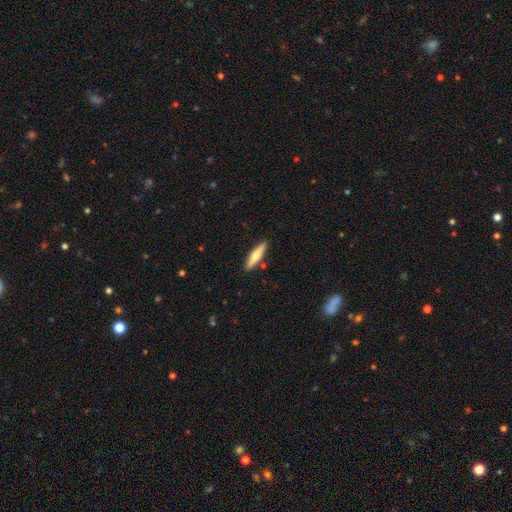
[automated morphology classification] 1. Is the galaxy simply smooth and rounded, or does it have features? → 65% smooth, 29% featured or disk, 5% star or artifact.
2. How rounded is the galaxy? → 81% cigar-shaped, 18% in between, 2% round.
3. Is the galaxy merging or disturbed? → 88% none, 8% minor disturbance, 2% merger, 2% major disturbance.